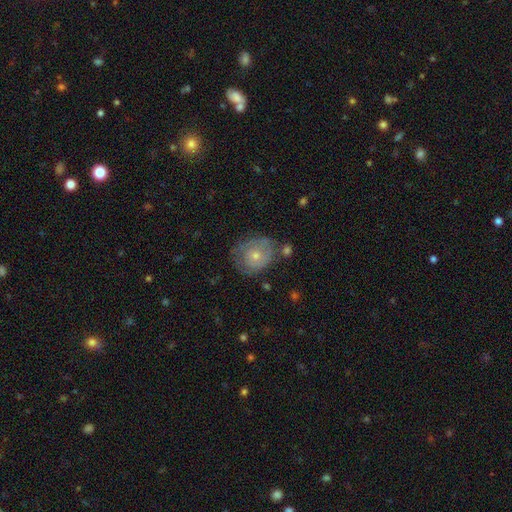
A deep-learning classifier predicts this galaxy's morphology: The model was most divided on "bulge size": small: 50%, moderate: 46%, large: 2%, none: 2%, dominant: 1%. More confident: edge-on disk — no (96%); bar — no (85%); merging — none (67%); spiral arms — yes (66%); smooth or featured — featured or disk (54%).